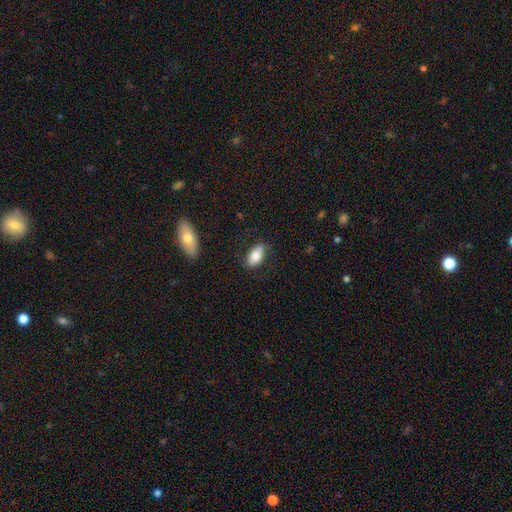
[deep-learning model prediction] smooth_or_featured: smooth (p=0.76) [alt: featured or disk p=0.17]
how_rounded: in between (p=0.90) [alt: cigar-shaped p=0.05]
merging: none (p=0.78) [alt: minor disturbance p=0.16]